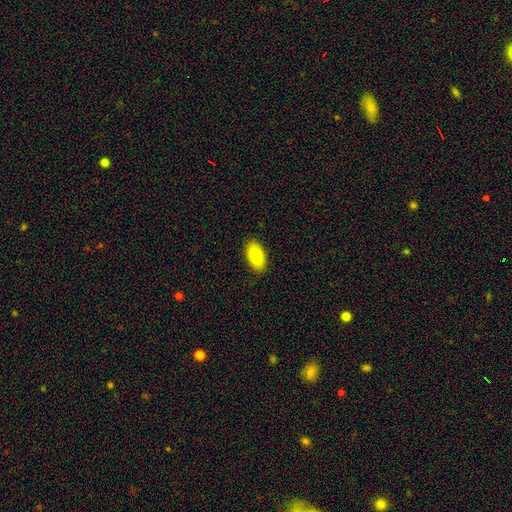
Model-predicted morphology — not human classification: This is clearly a smooth galaxy (81%). How rounded: clearly in between (93%). Merging: clearly none (89%).